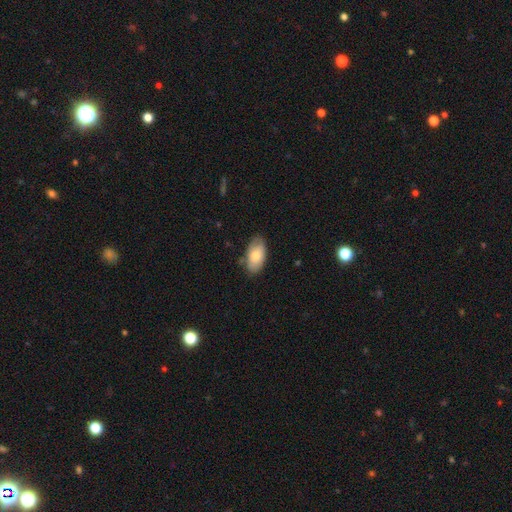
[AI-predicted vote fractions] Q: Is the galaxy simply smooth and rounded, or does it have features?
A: smooth — 76%.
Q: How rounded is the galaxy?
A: in between — 94%.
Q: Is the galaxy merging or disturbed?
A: none — 76%.